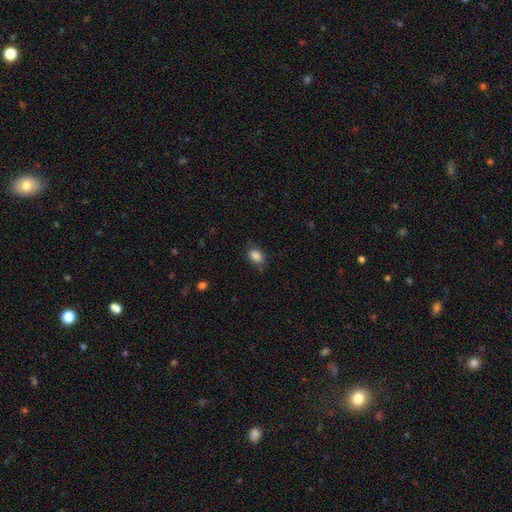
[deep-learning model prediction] The model was most divided on "merging": none: 71%, minor disturbance: 22%, major disturbance: 5%, merger: 2%. More confident: smooth or featured — smooth (87%); how rounded — in between (79%).